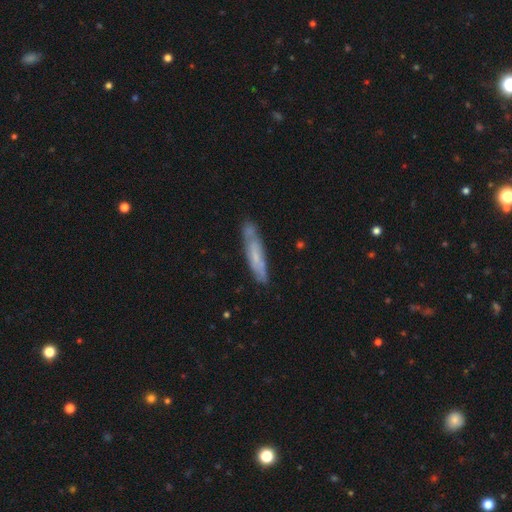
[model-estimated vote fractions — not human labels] Morphology: type=featured or disk (47%); merging=none (74%).